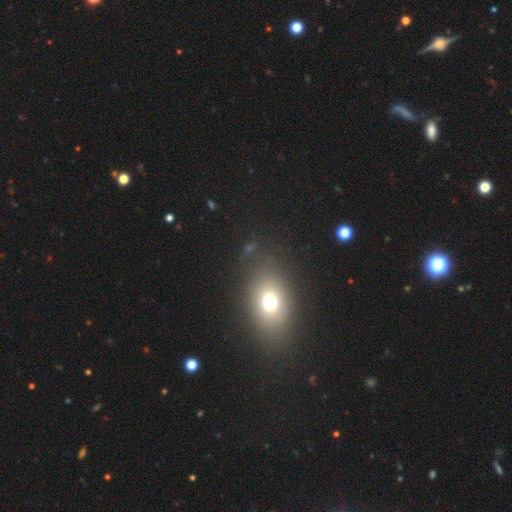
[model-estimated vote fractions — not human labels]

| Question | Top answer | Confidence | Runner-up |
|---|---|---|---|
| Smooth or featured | smooth | 64% | star or artifact (22%) |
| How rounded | in between | 71% | round (26%) |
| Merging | none | 86% | minor disturbance (8%) |